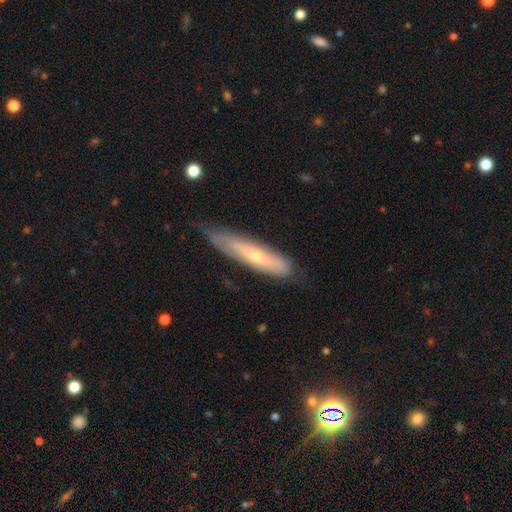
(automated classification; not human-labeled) Overall: featured or disk (53%; smooth 41%). Edge-on disk: yes (56%; no 44%). Merging: none (60%; minor disturbance 30%).